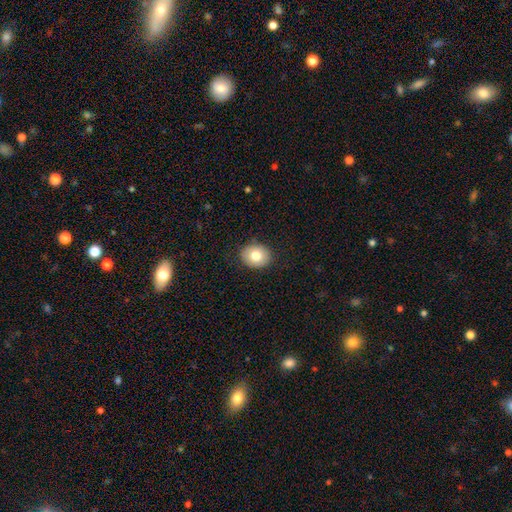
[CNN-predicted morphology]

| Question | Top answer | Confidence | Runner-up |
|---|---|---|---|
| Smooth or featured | smooth | 79% | featured or disk (12%) |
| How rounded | round | 57% | in between (42%) |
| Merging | none | 89% | minor disturbance (8%) |